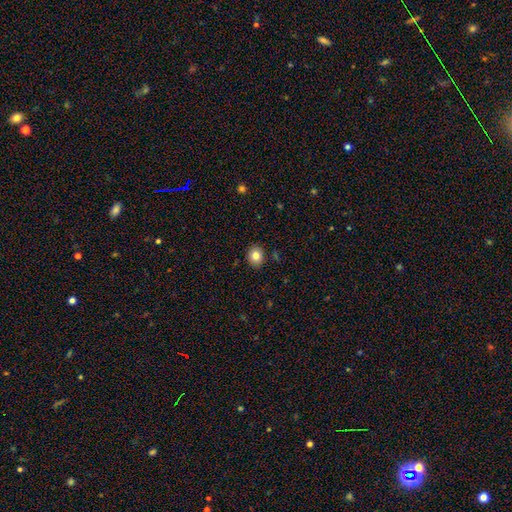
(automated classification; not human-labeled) This appears to be a smooth galaxy with no disk features (81%) that is round (59%). Merging: none (88%).